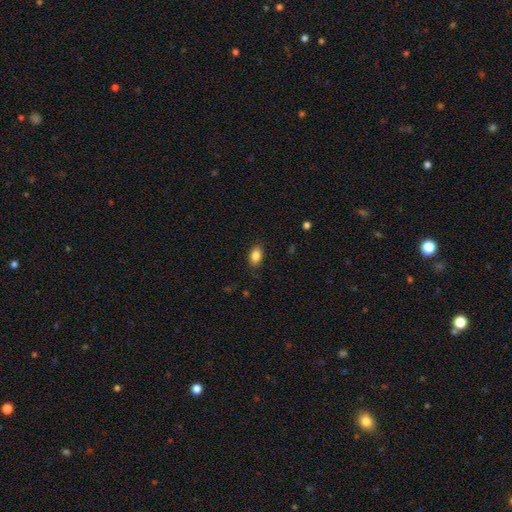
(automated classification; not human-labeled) Smooth or featured: smooth — 86% (star or artifact — 8%)
How rounded: in between — 89% (round — 8%)
Merging: none — 87% (minor disturbance — 10%)